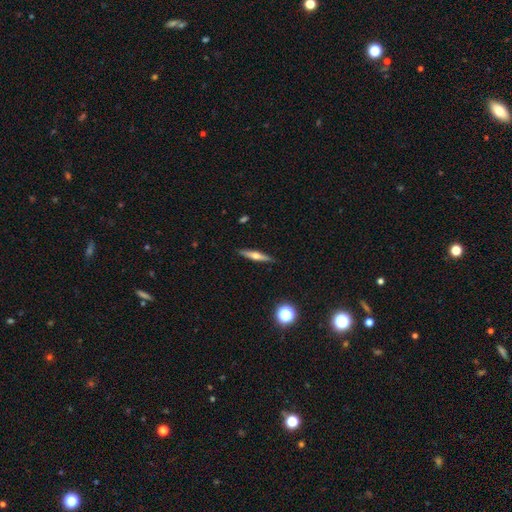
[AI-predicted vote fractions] The model was most divided on "smooth or featured": featured or disk: 54%, smooth: 39%, star or artifact: 7%. More confident: edge-on disk — yes (95%); merging — none (90%); edge-on bulge — rounded (89%).